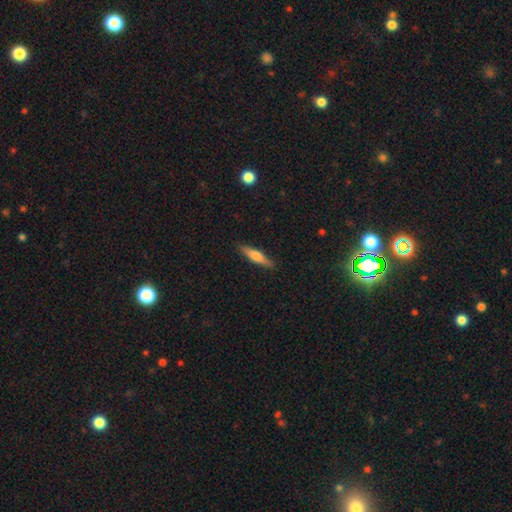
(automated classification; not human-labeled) Q: Smooth or featured?
A: smooth (54%); runner-up: featured or disk (40%)
Q: How rounded?
A: cigar-shaped (81%); runner-up: in between (17%)
Q: Merging?
A: none (89%); runner-up: minor disturbance (8%)